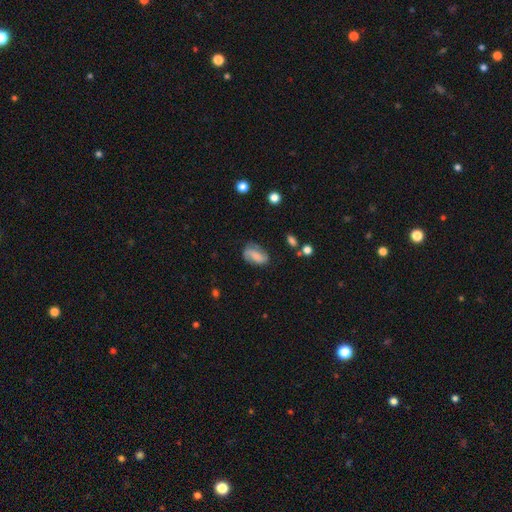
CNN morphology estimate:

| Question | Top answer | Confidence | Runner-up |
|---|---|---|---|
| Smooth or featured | featured or disk | 55% | smooth (36%) |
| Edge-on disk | no | 96% | yes (4%) |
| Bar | no | 39% | weak (38%) |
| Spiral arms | yes | 89% | no (11%) |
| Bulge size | none | 45% | small (25%) |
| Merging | none | 67% | minor disturbance (22%) |